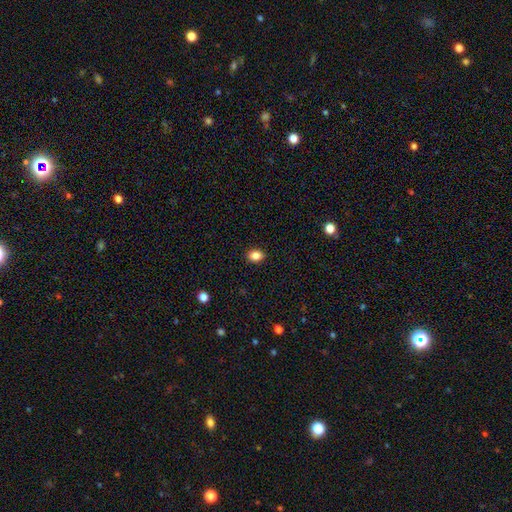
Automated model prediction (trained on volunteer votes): Smooth or featured?
  - smooth: 85% *
  - star or artifact: 10%
  - featured or disk: 5%
How rounded?
  - in between: 61% *
  - round: 38%
  - cigar-shaped: 1%
Merging?
  - none: 90% *
  - minor disturbance: 7%
  - major disturbance: 2%
  - merger: 1%